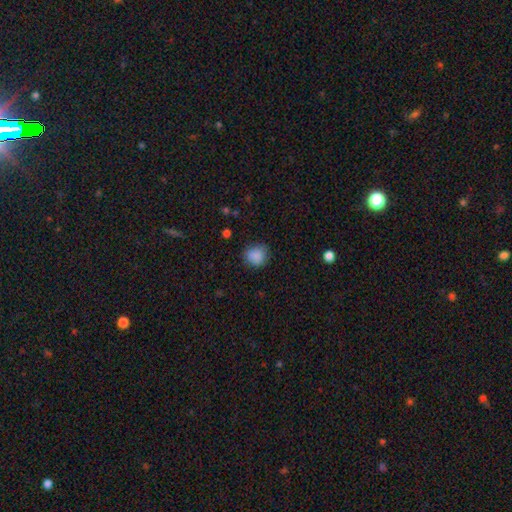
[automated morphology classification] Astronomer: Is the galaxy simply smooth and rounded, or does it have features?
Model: smooth — 86%.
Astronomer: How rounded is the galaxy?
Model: round — 81%.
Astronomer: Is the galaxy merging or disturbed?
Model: none — 77%.